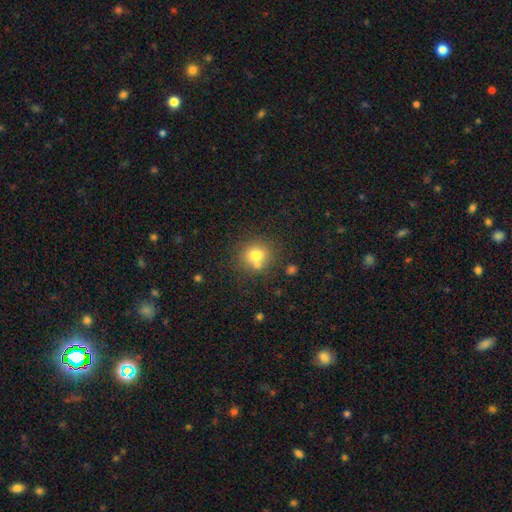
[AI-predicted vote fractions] A smooth galaxy with no disk features (75%) that is round (80%). Merging: none (63%).